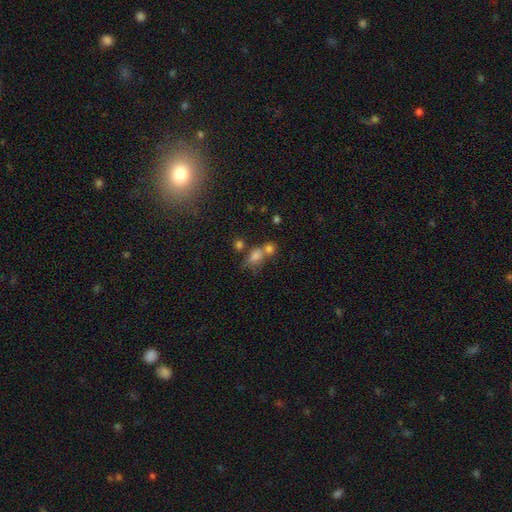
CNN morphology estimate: smooth 73%, star or artifact 15%, featured or disk 12%. Down the decision tree: how rounded — in between (65%); merging — merger (46%).